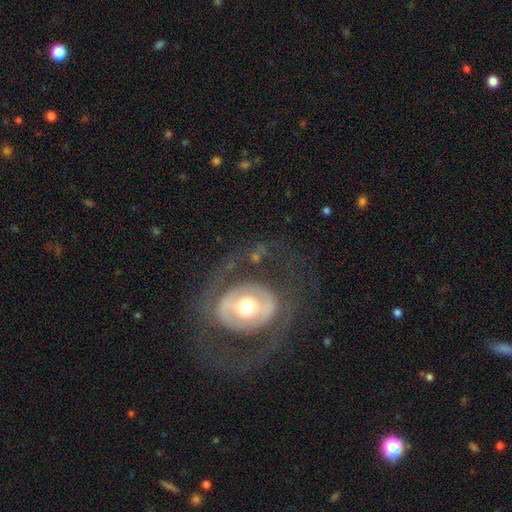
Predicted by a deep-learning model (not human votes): Q: Smooth or featured?
A: featured or disk (71%); runner-up: smooth (22%)
Q: Edge-on disk?
A: no (95%); runner-up: yes (5%)
Q: Bar?
A: no (50%); runner-up: weak (27%)
Q: Spiral arms?
A: no (60%); runner-up: yes (40%)
Q: Bulge size?
A: moderate (68%); runner-up: large (18%)
Q: Merging?
A: none (69%); runner-up: major disturbance (18%)